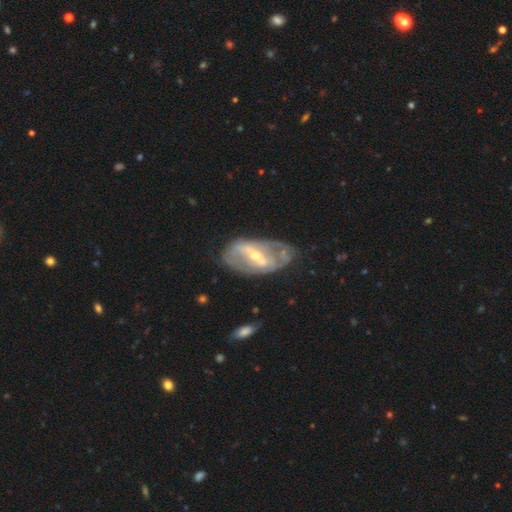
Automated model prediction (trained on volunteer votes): featured or disk 79%, smooth 15%, star or artifact 6%. Down the decision tree: edge-on disk — no (92%); bar — strong (53%); spiral arms — yes (64%); bulge size — small (55%); merging — none (57%).